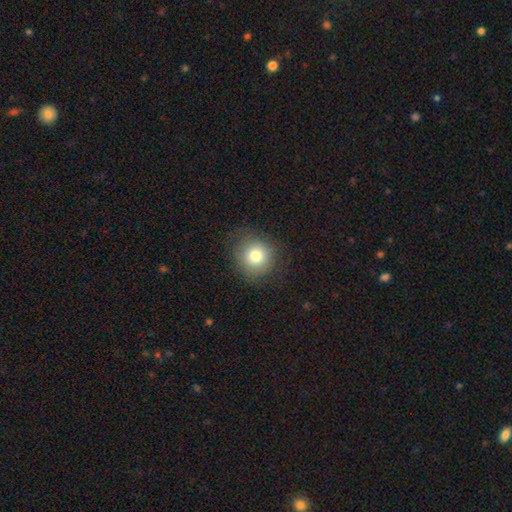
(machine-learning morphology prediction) Q: Smooth or featured?
A: smooth (79%); runner-up: star or artifact (11%)
Q: How rounded?
A: round (90%); runner-up: in between (9%)
Q: Merging?
A: none (84%); runner-up: minor disturbance (11%)